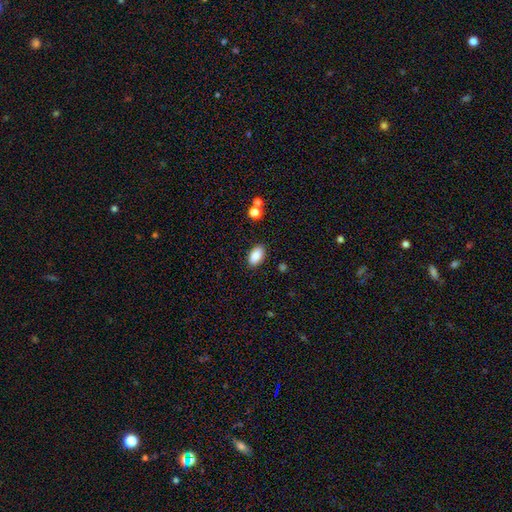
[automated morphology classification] This is clearly a smooth galaxy (87%). How rounded: clearly in between (93%). Merging: clearly none (87%).